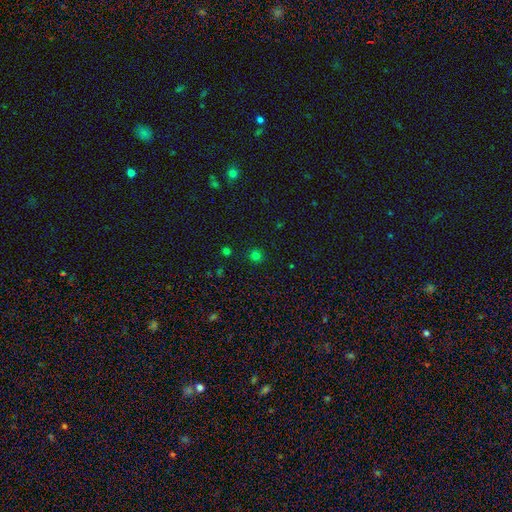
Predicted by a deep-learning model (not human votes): smooth 75%, star or artifact 21%, featured or disk 4%. Down the decision tree: how rounded — round (94%); merging — none (90%).